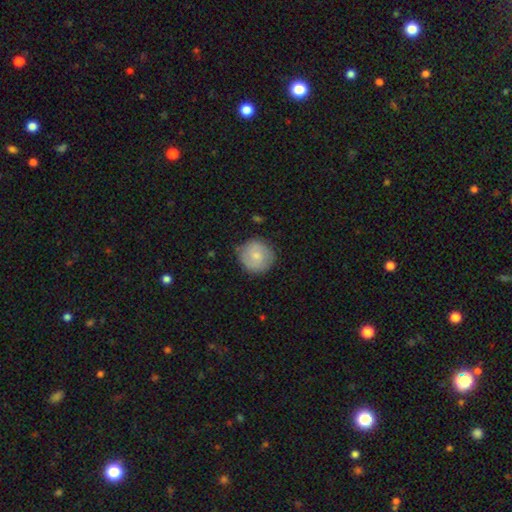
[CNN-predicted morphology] This appears to be a smooth galaxy with no disk features (63%) that is round (91%). Merging: none (81%).